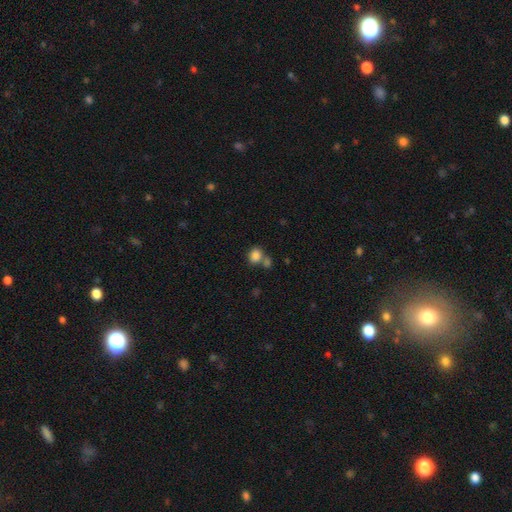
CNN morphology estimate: smooth-or-featured: smooth: 84% | star or artifact: 10% | featured or disk: 6%
  how-rounded: round: 54% | in between: 45% | cigar-shaped: 1%
  merging: none: 50% | merger: 35% | minor disturbance: 11% | major disturbance: 5%